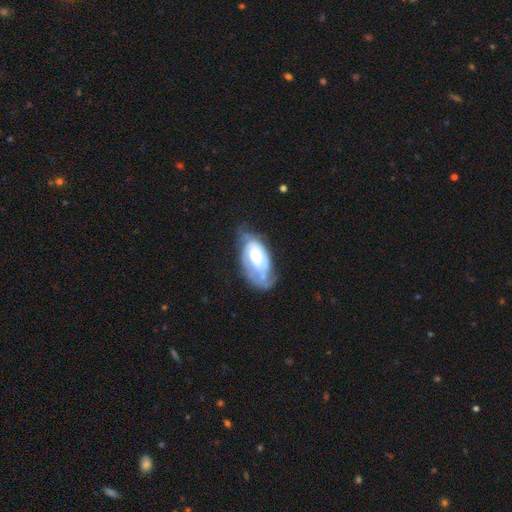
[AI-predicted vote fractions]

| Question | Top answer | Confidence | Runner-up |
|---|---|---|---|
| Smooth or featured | featured or disk | 66% | smooth (28%) |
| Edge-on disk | no | 95% | yes (5%) |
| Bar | no | 75% | weak (20%) |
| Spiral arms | yes | 75% | no (25%) |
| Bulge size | moderate | 48% | small (38%) |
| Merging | none | 40% | minor disturbance (32%) |